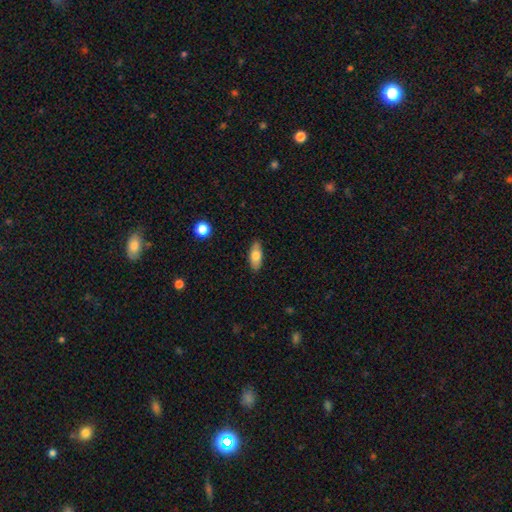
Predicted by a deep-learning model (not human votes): Smooth or featured? Predicted: smooth (p=0.74). How rounded? Predicted: in between (p=0.80). Merging? Predicted: none (p=0.87).